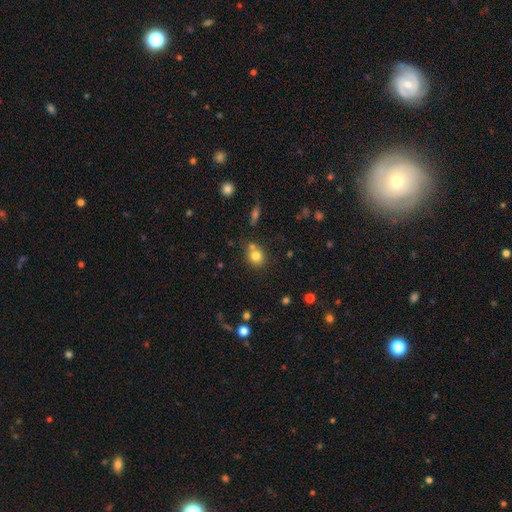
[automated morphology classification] A smooth galaxy with no disk features (78%) that is round (76%).

Vote fractions:
- Smooth or featured? smooth: 78% / star or artifact: 12% / featured or disk: 10%
- How rounded? round: 76% / in between: 23% / cigar-shaped: 1%
- Merging? none: 58% / merger: 27% / minor disturbance: 11% / major disturbance: 4%